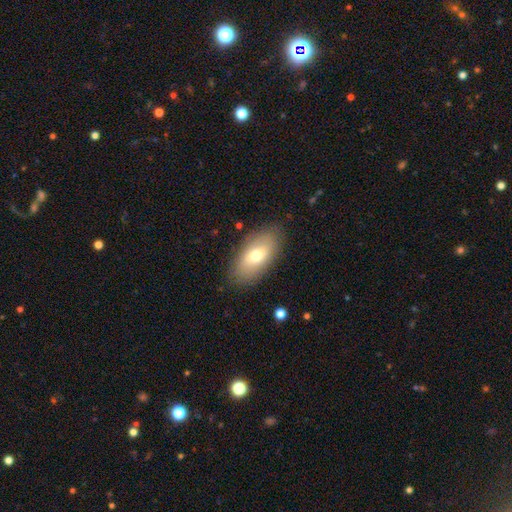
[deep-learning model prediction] Smooth or featured?
  - smooth: 68% *
  - featured or disk: 25%
  - star or artifact: 8%
How rounded?
  - in between: 90% *
  - cigar-shaped: 6%
  - round: 4%
Merging?
  - none: 85% *
  - minor disturbance: 11%
  - major disturbance: 3%
  - merger: 1%